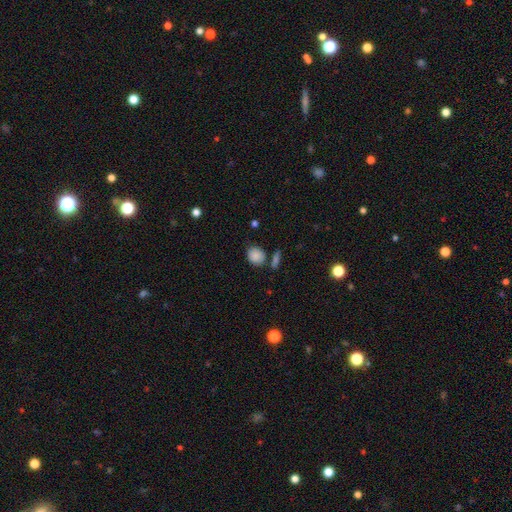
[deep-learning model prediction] A smooth galaxy with no disk features (86%) that is round (64%). Merging: none (69%).